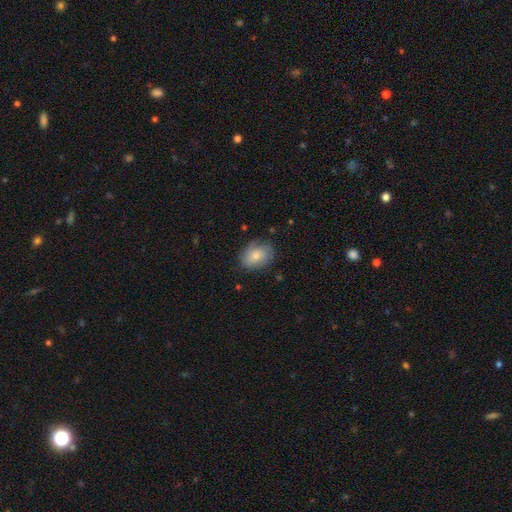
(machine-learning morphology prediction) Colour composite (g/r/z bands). It shows a smooth galaxy with no disk features (70%) that is in between round and cigar-shaped (72%). Merging: none (71%).